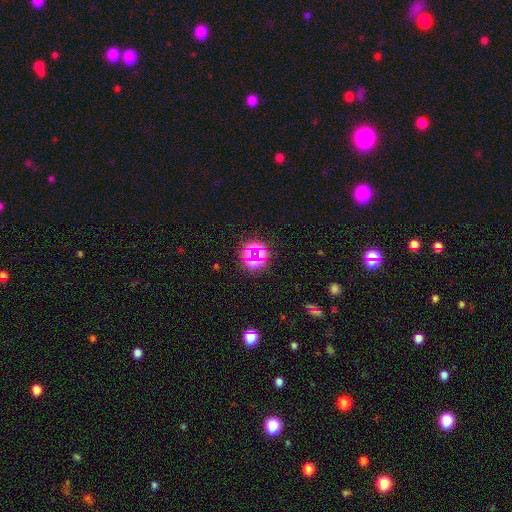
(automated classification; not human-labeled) A star or artifact, not a galaxy (69%).

Vote fractions:
- Smooth or featured? star or artifact: 69% / smooth: 19% / featured or disk: 11%